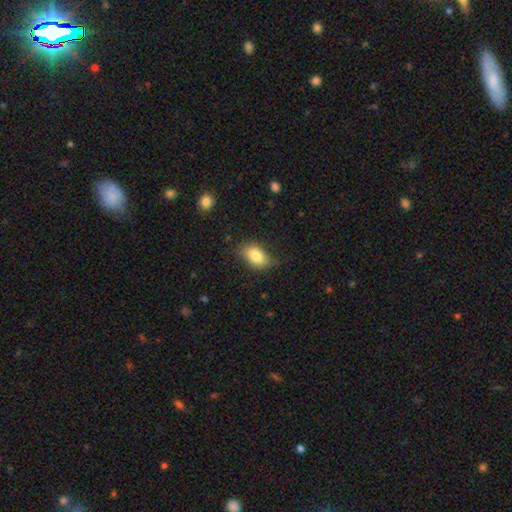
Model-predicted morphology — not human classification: Smooth or featured?
  - smooth: 82% *
  - featured or disk: 10%
  - star or artifact: 8%
How rounded?
  - in between: 89% *
  - round: 9%
  - cigar-shaped: 2%
Merging?
  - none: 73% *
  - minor disturbance: 21%
  - major disturbance: 5%
  - merger: 1%